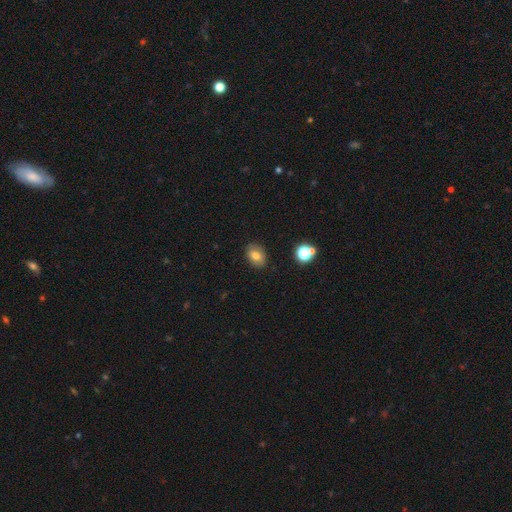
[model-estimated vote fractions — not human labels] A smooth galaxy with no disk features (76%) that is in between round and cigar-shaped (76%).

Vote fractions:
- Smooth or featured? smooth: 76% / featured or disk: 14% / star or artifact: 11%
- How rounded? in between: 76% / round: 23% / cigar-shaped: 1%
- Merging? none: 85% / minor disturbance: 11% / major disturbance: 2% / merger: 2%